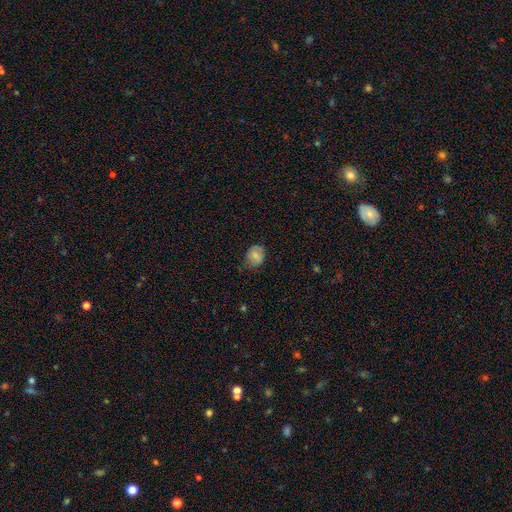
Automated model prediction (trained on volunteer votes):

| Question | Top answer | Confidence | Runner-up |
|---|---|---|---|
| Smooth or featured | smooth | 77% | featured or disk (15%) |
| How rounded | in between | 52% | round (47%) |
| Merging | none | 69% | minor disturbance (24%) |